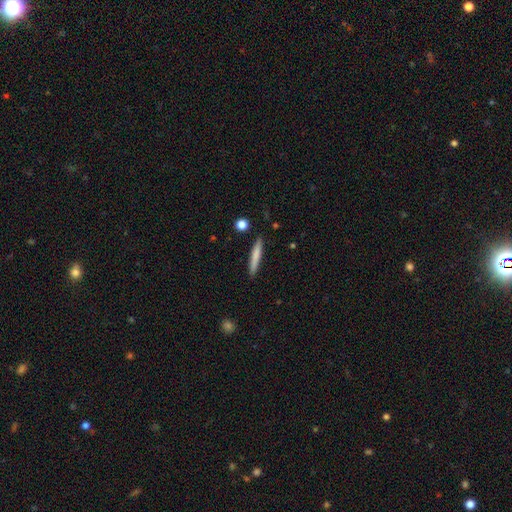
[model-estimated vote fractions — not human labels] Smooth or featured? smooth (74%)
How rounded? cigar-shaped (94%)
Merging? none (89%)